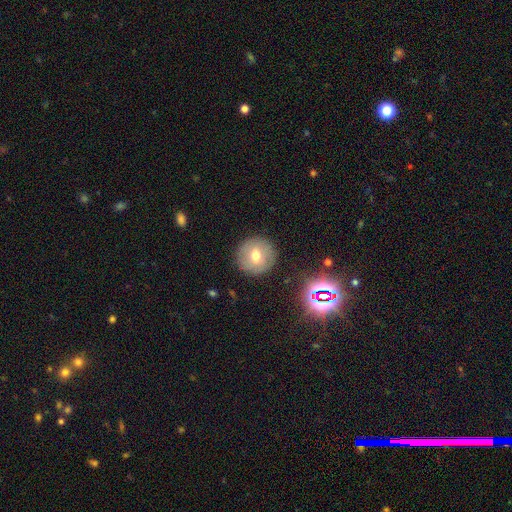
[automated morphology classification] Overall: smooth (63%; featured or disk 25%). How rounded: round (95%). Merging: none (89%).